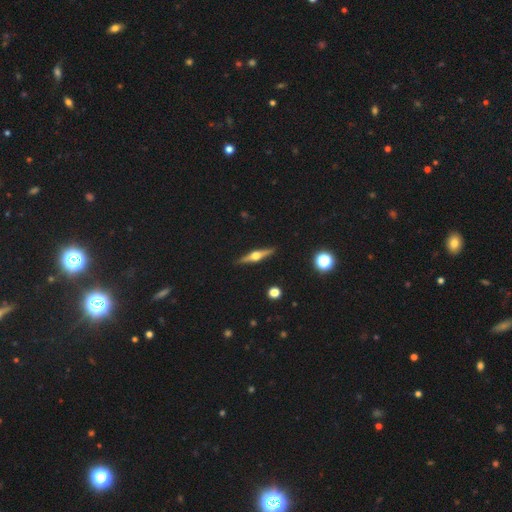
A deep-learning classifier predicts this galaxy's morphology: Smooth or featured?
  - featured or disk: 76% *
  - smooth: 18%
  - star or artifact: 6%
Edge-on disk?
  - yes: 98% *
  - no: 2%
Edge-on bulge?
  - rounded: 96% *
  - boxy: 3%
  - none: 2%
Merging?
  - none: 91% *
  - minor disturbance: 7%
  - major disturbance: 1%
  - merger: 1%